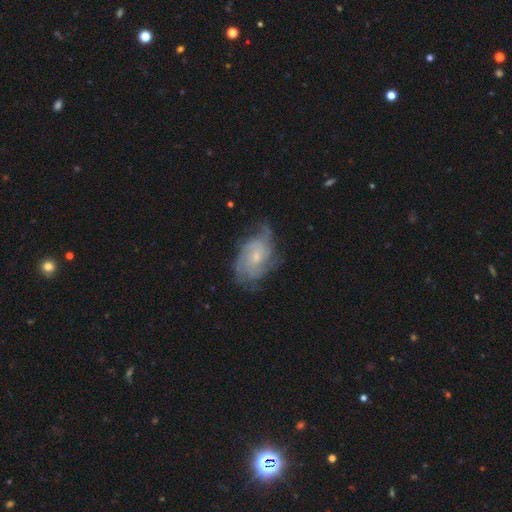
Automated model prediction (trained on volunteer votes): smooth_or_featured: featured or disk (p=0.73) [alt: smooth p=0.18]
disk_edge_on: no (p=0.96) [alt: yes p=0.04]
bar: no (p=0.70) [alt: weak p=0.26]
has_spiral_arms: yes (p=0.91) [alt: no p=0.09]
spiral_winding: tight (p=0.46) [alt: medium p=0.39]
spiral_arm_count: can't tell (p=0.36) [alt: 3 p=0.21]
bulge_size: small (p=0.50) [alt: moderate p=0.41]
merging: none (p=0.64) [alt: minor disturbance p=0.24]